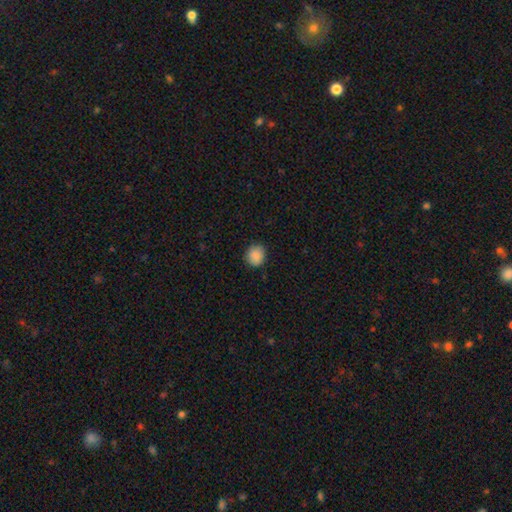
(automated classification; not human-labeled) smooth-or-featured: smooth: 87% | star or artifact: 8% | featured or disk: 4%
  how-rounded: round: 80% | in between: 19% | cigar-shaped: 1%
  merging: none: 86% | minor disturbance: 10% | major disturbance: 2% | merger: 1%